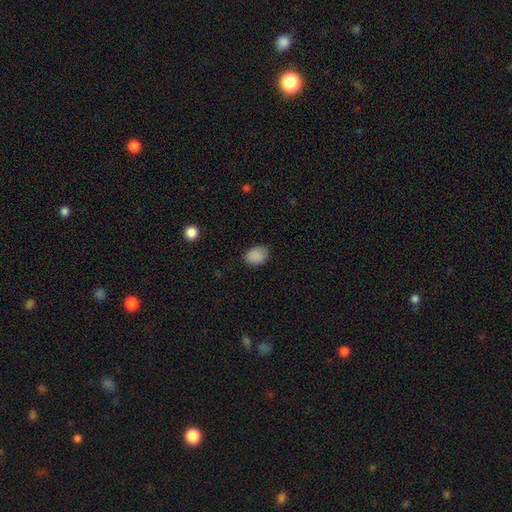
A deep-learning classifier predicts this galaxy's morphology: The model was most divided on "how rounded": in between: 67%, round: 33%, cigar-shaped: 1%. More confident: smooth or featured — smooth (88%); merging — none (82%).